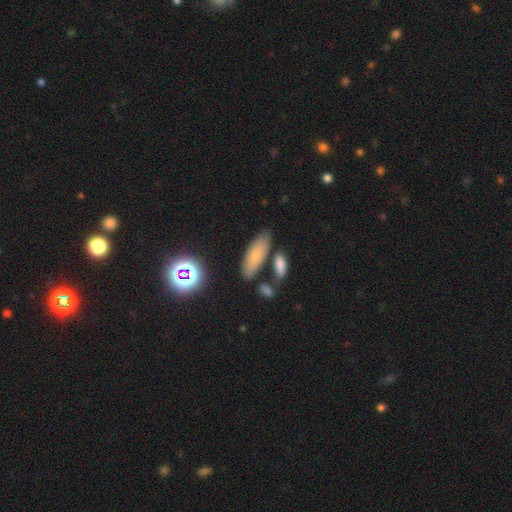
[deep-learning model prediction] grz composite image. It shows a smooth galaxy with no disk features (70%) that is in between round and cigar-shaped (68%). Merging: none (72%).